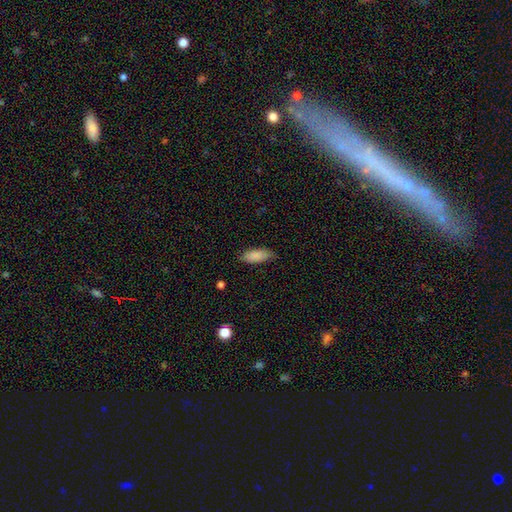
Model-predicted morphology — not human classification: A smooth galaxy with no disk features (87%) that is in between round and cigar-shaped (77%). Merging: none (77%).